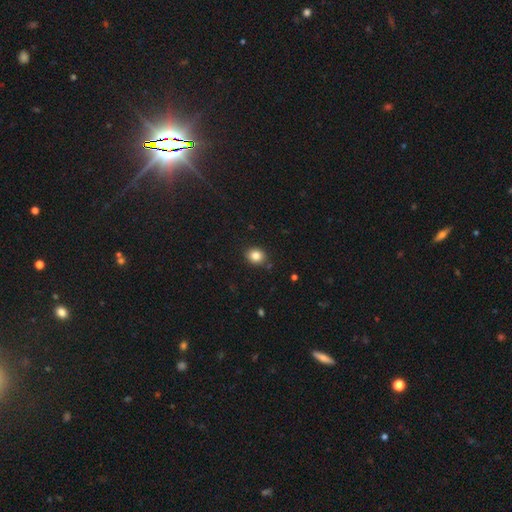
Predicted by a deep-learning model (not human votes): smooth-or-featured: smooth: 85% | star or artifact: 10% | featured or disk: 5%
  how-rounded: round: 69% | in between: 30% | cigar-shaped: 1%
  merging: none: 88% | minor disturbance: 8% | major disturbance: 2% | merger: 2%